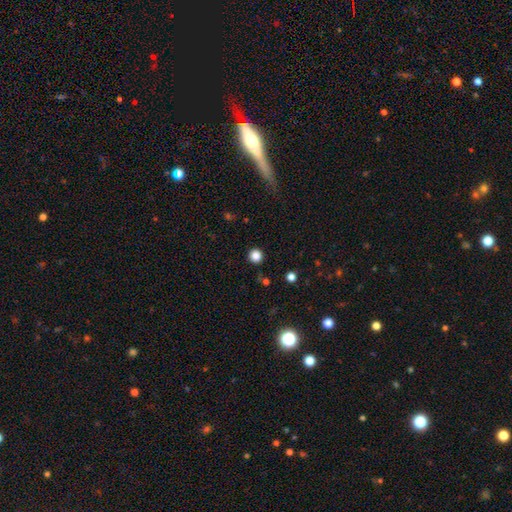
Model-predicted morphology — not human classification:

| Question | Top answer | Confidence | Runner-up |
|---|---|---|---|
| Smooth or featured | smooth | 84% | star or artifact (12%) |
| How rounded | round | 95% | in between (4%) |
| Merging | none | 91% | minor disturbance (6%) |